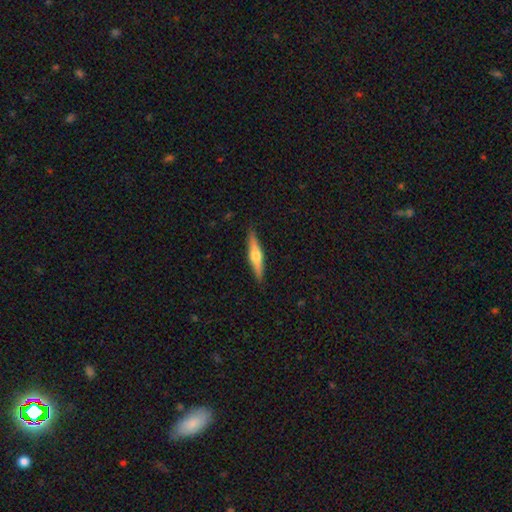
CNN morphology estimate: Q: Smooth or featured?
A: featured or disk (57%); runner-up: smooth (38%)
Q: Edge-on disk?
A: yes (96%); runner-up: no (4%)
Q: Edge-on bulge?
A: rounded (92%); runner-up: none (4%)
Q: Merging?
A: none (89%); runner-up: minor disturbance (8%)